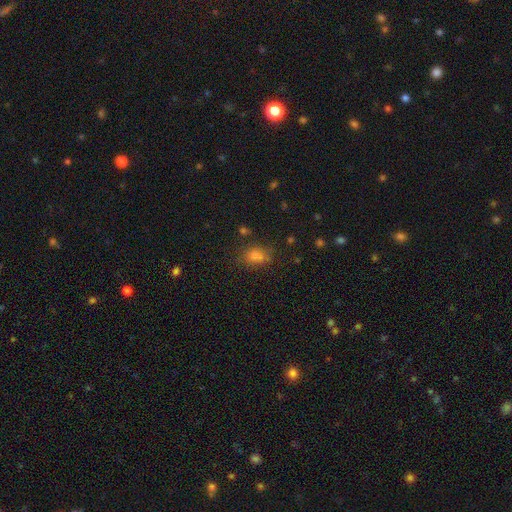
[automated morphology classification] The model was most divided on "how rounded": in between: 65%, round: 33%, cigar-shaped: 2%. More confident: smooth or featured — smooth (74%); merging — none (73%).